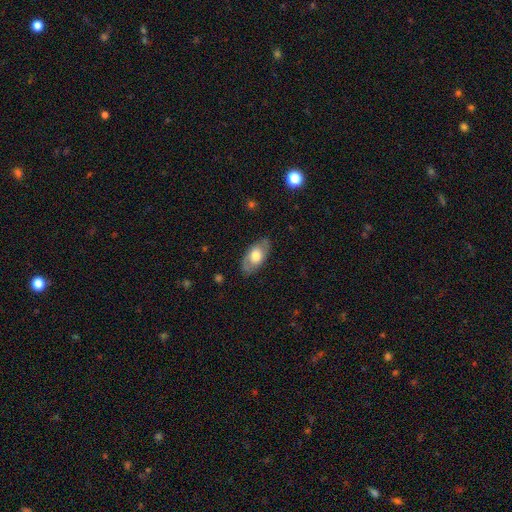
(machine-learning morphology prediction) This appears to be a smooth galaxy with no disk features (51%) that is in between round and cigar-shaped (90%). Merging: none (82%).